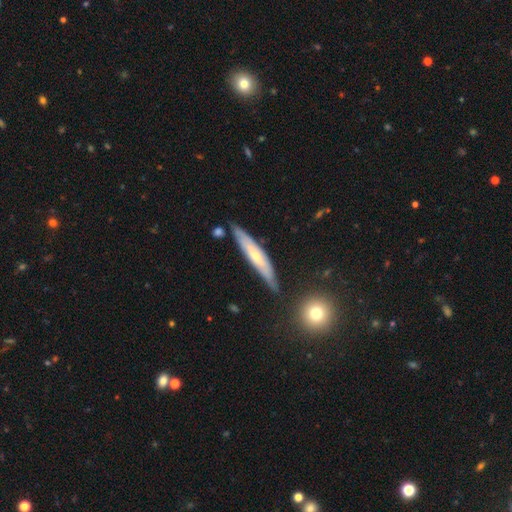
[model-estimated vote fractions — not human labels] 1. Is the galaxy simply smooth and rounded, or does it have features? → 52% featured or disk, 42% smooth, 6% star or artifact.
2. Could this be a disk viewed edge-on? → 73% yes, 27% no.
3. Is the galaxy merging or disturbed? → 76% none, 17% minor disturbance, 4% merger, 3% major disturbance.